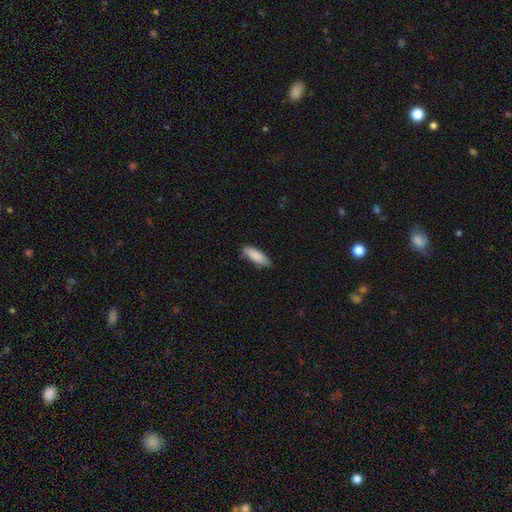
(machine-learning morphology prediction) smooth-or-featured: smooth: 86% | featured or disk: 8% | star or artifact: 6%
  how-rounded: in between: 59% | cigar-shaped: 40% | round: 2%
  merging: none: 77% | minor disturbance: 19% | major disturbance: 3% | merger: 1%